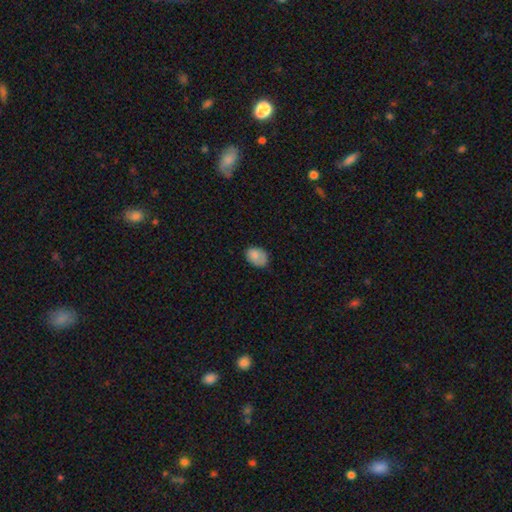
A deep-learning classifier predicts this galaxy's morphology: Smooth or featured? smooth (80%)
How rounded? in between (75%)
Merging? none (63%)